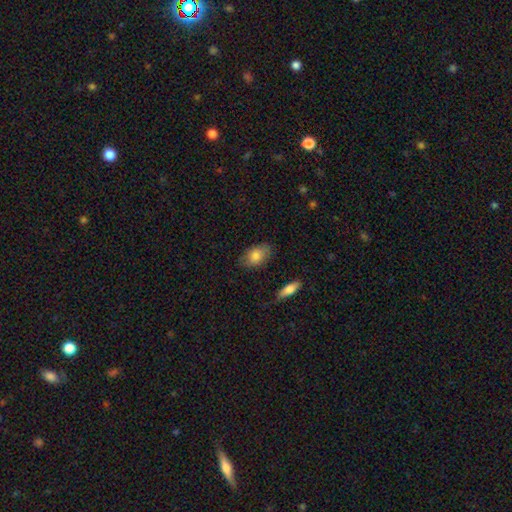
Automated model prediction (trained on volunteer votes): smooth 81%, featured or disk 12%, star or artifact 7%. Down the decision tree: how rounded — in between (88%); merging — none (76%).